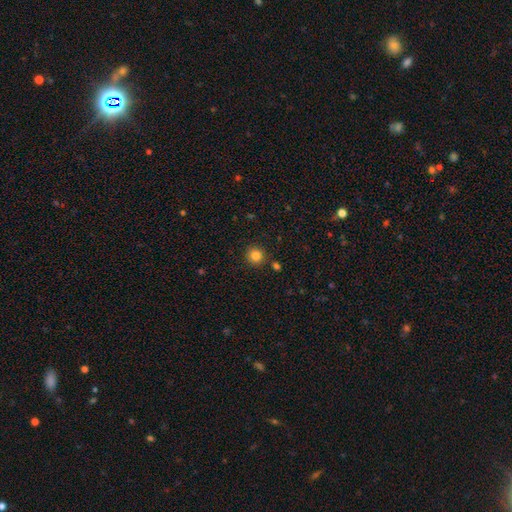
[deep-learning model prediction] Smooth or featured?
  - smooth: 84% *
  - star or artifact: 12%
  - featured or disk: 5%
How rounded?
  - round: 94% *
  - in between: 5%
  - cigar-shaped: 1%
Merging?
  - none: 89% *
  - minor disturbance: 6%
  - merger: 3%
  - major disturbance: 2%